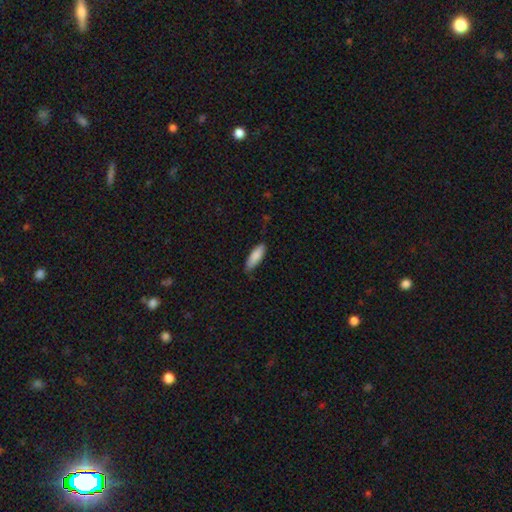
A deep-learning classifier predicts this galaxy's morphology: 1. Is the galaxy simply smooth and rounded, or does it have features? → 86% smooth, 8% featured or disk, 6% star or artifact.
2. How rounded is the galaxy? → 55% in between, 43% cigar-shaped, 2% round.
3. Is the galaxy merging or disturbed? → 77% none, 20% minor disturbance, 3% major disturbance, 1% merger.